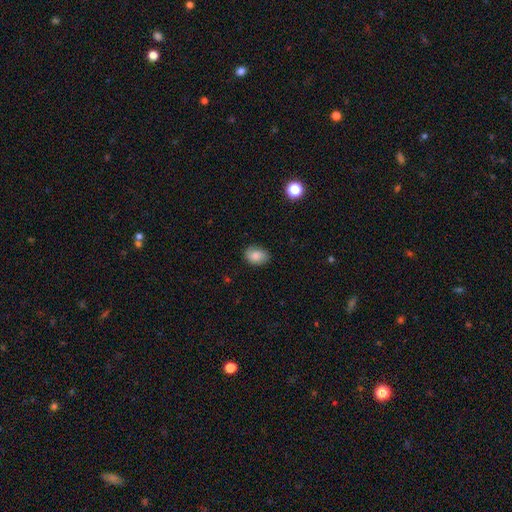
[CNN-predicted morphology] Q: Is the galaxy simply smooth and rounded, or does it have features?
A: smooth — 84%.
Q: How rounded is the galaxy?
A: in between — 75%.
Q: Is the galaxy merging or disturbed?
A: none — 78%.